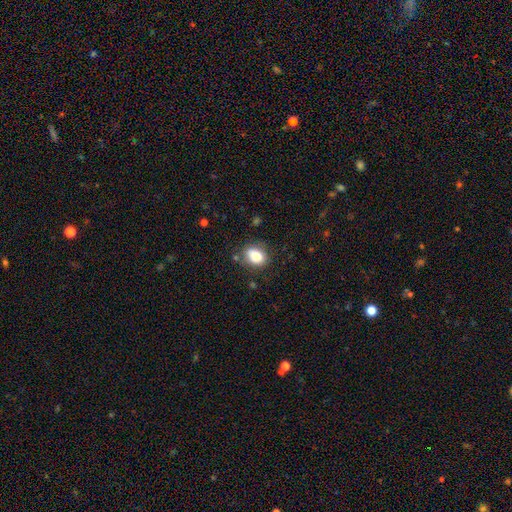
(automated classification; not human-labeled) This is clearly a smooth galaxy (85%). How rounded: likely in between (66%). Merging: likely none (75%).